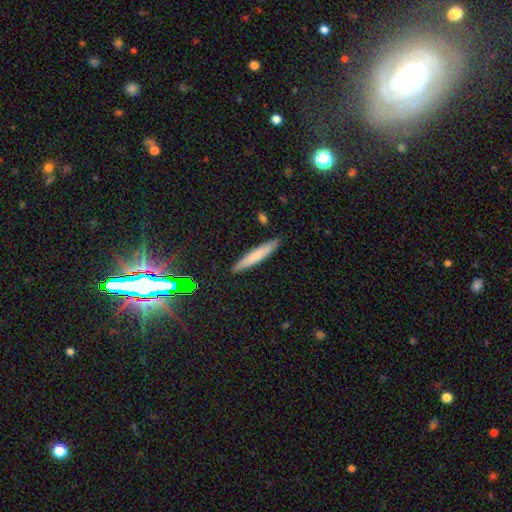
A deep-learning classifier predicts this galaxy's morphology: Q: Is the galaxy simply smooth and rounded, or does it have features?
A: smooth — 70%.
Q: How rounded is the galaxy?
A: cigar-shaped — 93%.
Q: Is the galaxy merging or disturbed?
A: none — 90%.